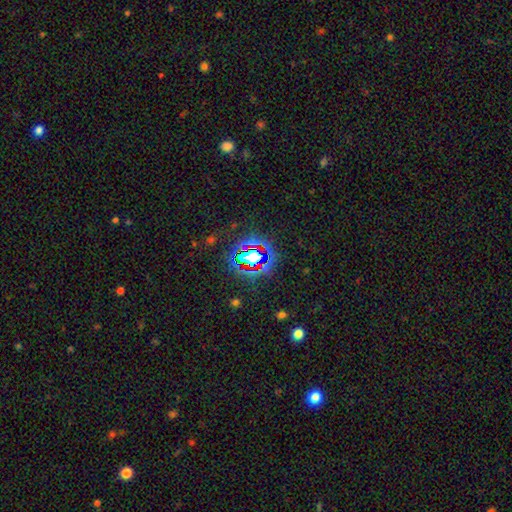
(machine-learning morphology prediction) This is likely a star or artifact rather than a galaxy (70%).